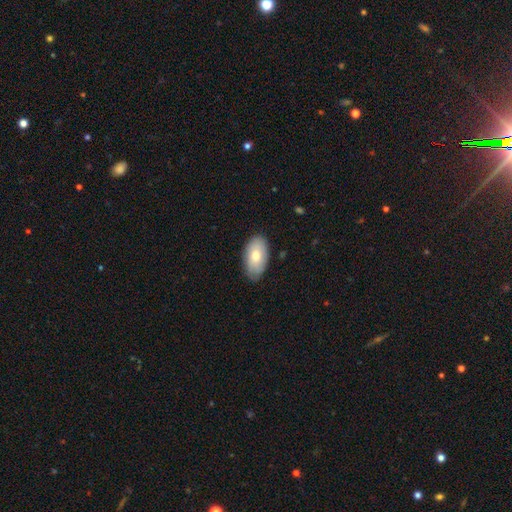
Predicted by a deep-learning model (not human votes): Overall: smooth (72%). How rounded: in between (94%). Merging: none (80%).